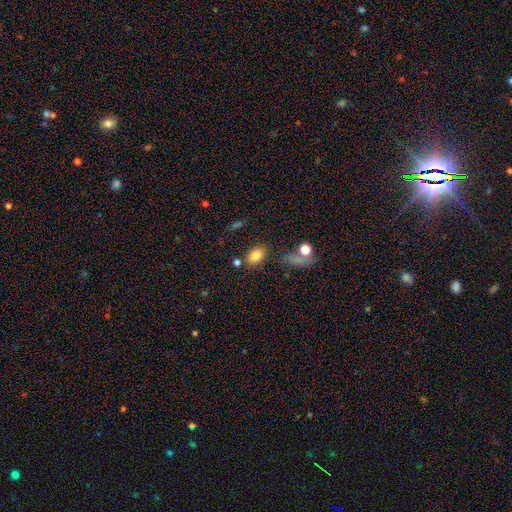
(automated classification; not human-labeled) smooth 82%, star or artifact 10%, featured or disk 8%. Down the decision tree: how rounded — in between (80%); merging — none (73%).